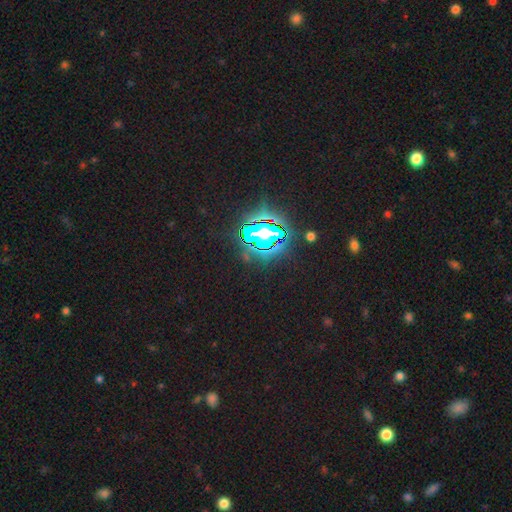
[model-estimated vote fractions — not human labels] The model was most divided on "smooth or featured": star or artifact: 83%, smooth: 10%, featured or disk: 6%.